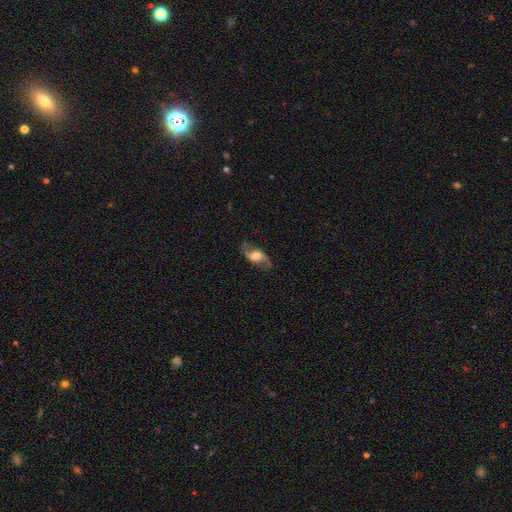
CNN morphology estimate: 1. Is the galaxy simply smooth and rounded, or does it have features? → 73% featured or disk, 19% smooth, 8% star or artifact.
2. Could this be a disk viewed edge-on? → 92% no, 8% yes.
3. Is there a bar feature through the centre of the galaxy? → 43% weak, 40% no, 17% strong.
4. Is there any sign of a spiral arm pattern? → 91% yes, 9% no.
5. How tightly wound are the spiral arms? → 73% loose, 22% medium, 5% tight.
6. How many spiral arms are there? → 92% 2, 3% can't tell, 2% 1, 1% 3, 1% 4, 1% more than 4.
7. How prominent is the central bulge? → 38% large, 33% moderate, 14% small, 10% none, 5% dominant.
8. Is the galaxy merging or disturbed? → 77% none, 14% minor disturbance, 7% major disturbance, 1% merger.